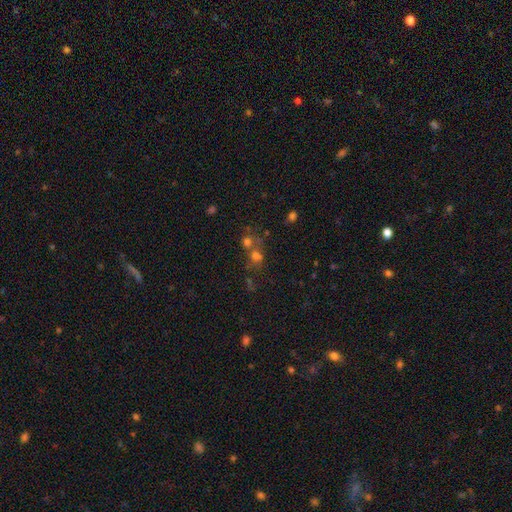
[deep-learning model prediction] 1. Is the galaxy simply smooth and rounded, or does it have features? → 51% smooth, 32% star or artifact, 17% featured or disk.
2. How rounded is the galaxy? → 80% round, 18% in between, 2% cigar-shaped.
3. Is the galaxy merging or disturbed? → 44% merger, 43% none, 7% minor disturbance, 5% major disturbance.